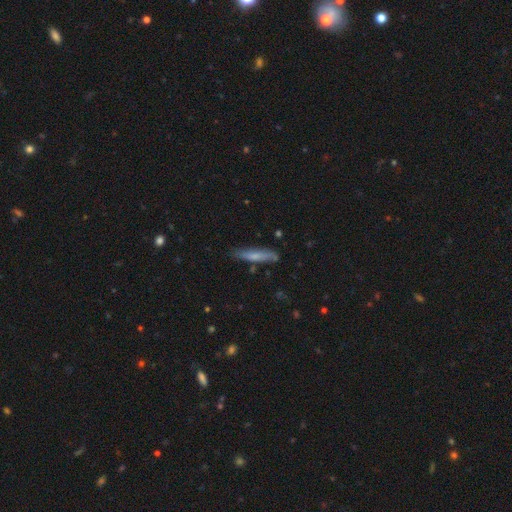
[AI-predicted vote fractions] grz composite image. It shows a smooth galaxy with no disk features (66%) that is cigar-shaped (87%). Merging: none (79%).